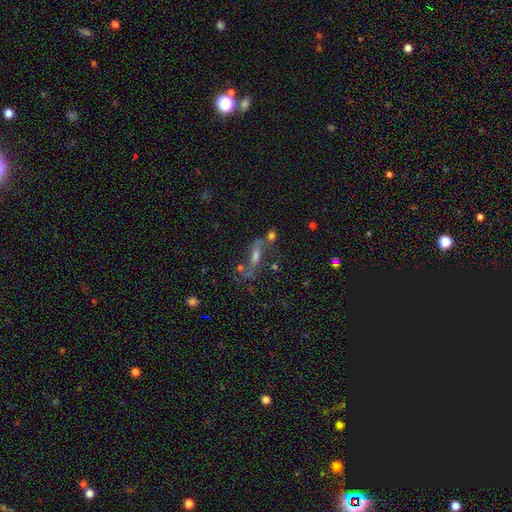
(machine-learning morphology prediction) smooth-or-featured: featured or disk: 49% | smooth: 31% | star or artifact: 20%
  merging: none: 48% | merger: 20% | minor disturbance: 17% | major disturbance: 16%